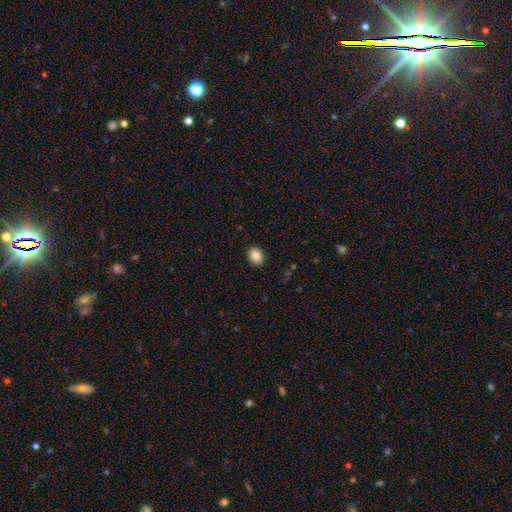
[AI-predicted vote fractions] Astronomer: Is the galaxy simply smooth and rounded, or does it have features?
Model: smooth — 88%.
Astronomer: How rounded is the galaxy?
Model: in between — 68%.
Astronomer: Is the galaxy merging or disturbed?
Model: none — 88%.